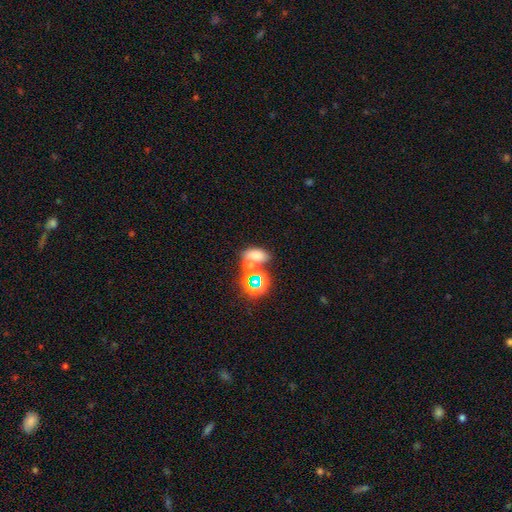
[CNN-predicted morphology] type=smooth (58%); roundness=in between (75%); merging=merger (42%).